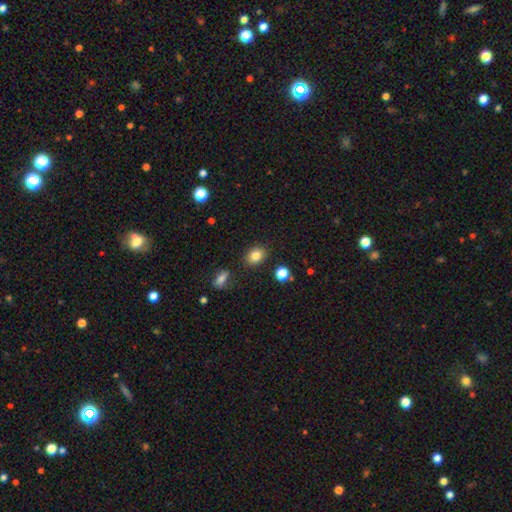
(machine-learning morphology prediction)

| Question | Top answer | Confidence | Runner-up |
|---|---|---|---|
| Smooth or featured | smooth | 83% | star or artifact (10%) |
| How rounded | in between | 60% | round (39%) |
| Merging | none | 84% | minor disturbance (10%) |